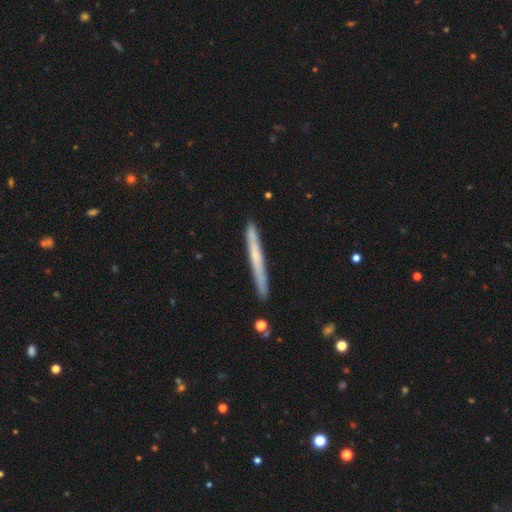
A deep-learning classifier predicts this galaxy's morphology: Smooth or featured? smooth (47%, tied with featured or disk)
Merging? none (89%)